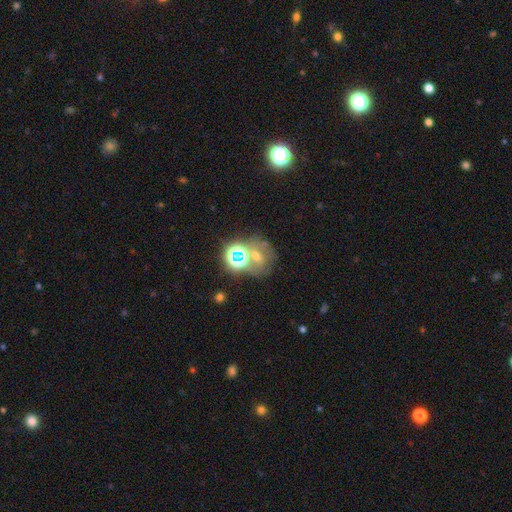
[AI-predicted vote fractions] Smooth or featured? Predicted: star or artifact (p=0.48).